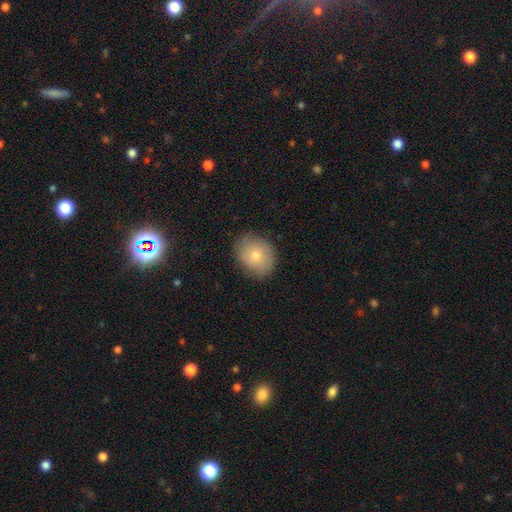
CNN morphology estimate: Q: Smooth or featured?
A: smooth (76%); runner-up: featured or disk (17%)
Q: How rounded?
A: round (52%); runner-up: in between (47%)
Q: Merging?
A: none (83%); runner-up: minor disturbance (13%)